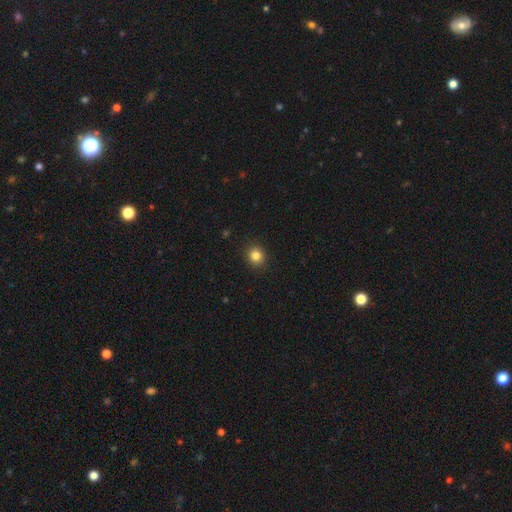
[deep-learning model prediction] Smooth or featured: smooth — 83% (star or artifact — 12%)
How rounded: round — 83% (in between — 16%)
Merging: none — 91% (minor disturbance — 6%)